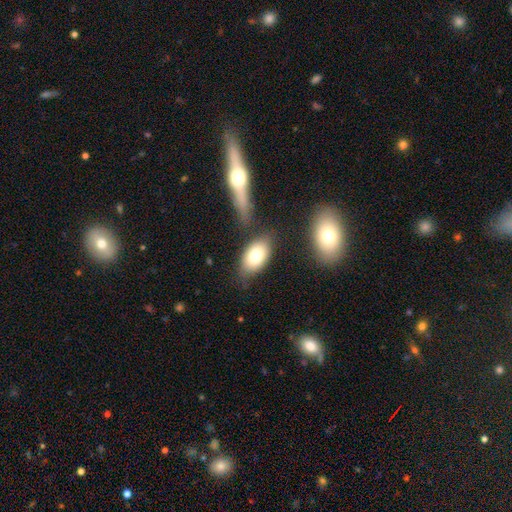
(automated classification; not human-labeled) smooth_or_featured: smooth (p=0.79) [alt: featured or disk p=0.14]
how_rounded: in between (p=0.90) [alt: round p=0.07]
merging: none (p=0.70) [alt: minor disturbance p=0.17]